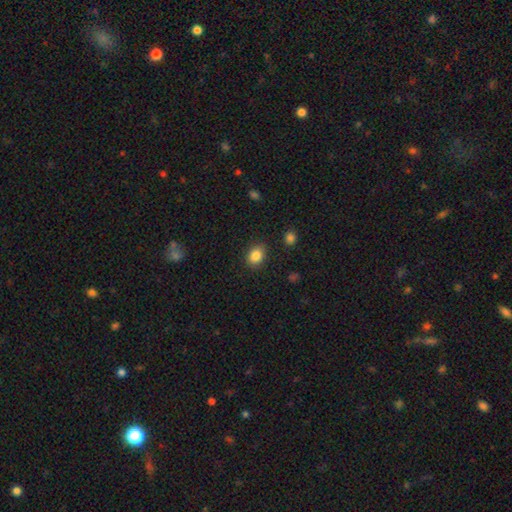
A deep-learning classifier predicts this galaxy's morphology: This is clearly a smooth galaxy (86%). How rounded: likely in between (65%). Merging: clearly none (86%).